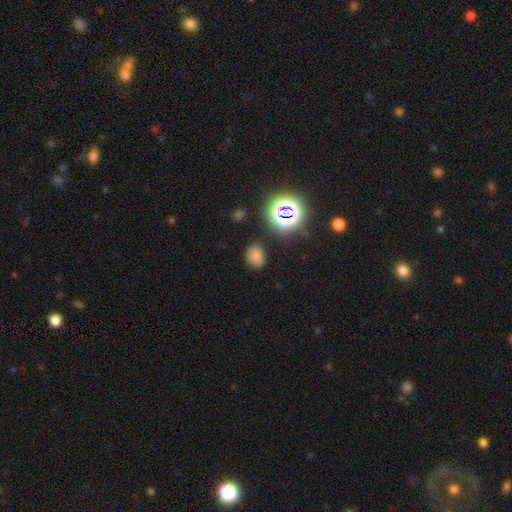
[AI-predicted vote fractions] Smooth or featured: smooth — 71% (star or artifact — 23%)
How rounded: in between — 61% (round — 38%)
Merging: none — 75% (minor disturbance — 17%)